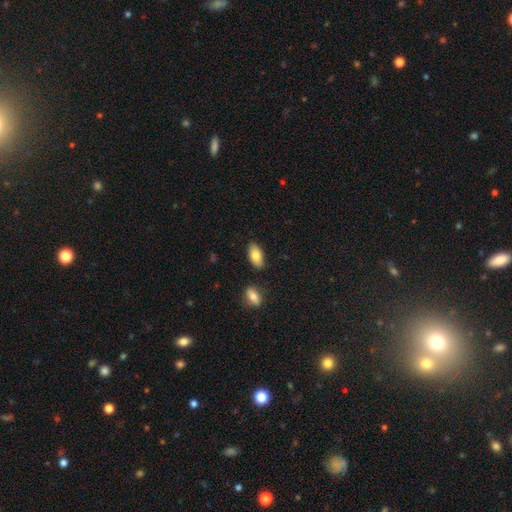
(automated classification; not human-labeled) A smooth galaxy with no disk features (81%) that is in between round and cigar-shaped (93%). Merging: none (84%).